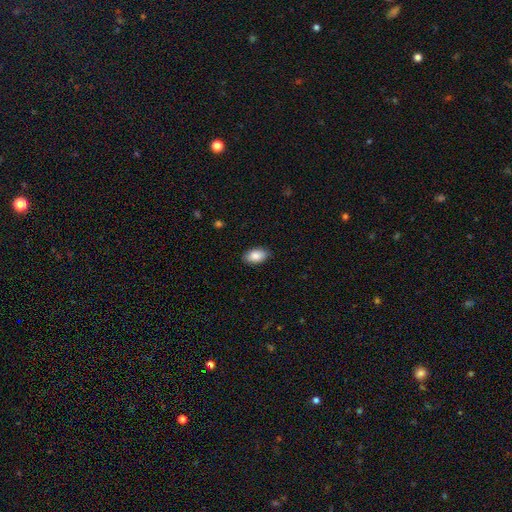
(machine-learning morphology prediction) Smooth or featured: smooth — 88% (star or artifact — 7%)
How rounded: in between — 93% (round — 5%)
Merging: none — 87% (minor disturbance — 10%)